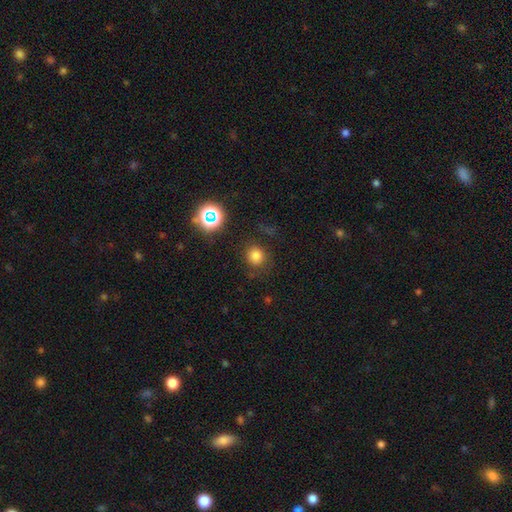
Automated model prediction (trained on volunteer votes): smooth-or-featured: smooth: 75% | star or artifact: 18% | featured or disk: 7%
  how-rounded: round: 88% | in between: 11% | cigar-shaped: 1%
  merging: none: 81% | minor disturbance: 11% | major disturbance: 6% | merger: 2%